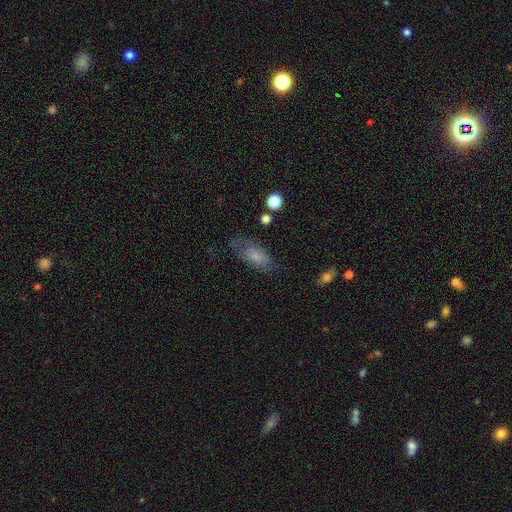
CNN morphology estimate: Smooth or featured? Predicted: smooth (p=0.67). How rounded? Predicted: in between (p=0.86). Merging? Predicted: none (p=0.62).